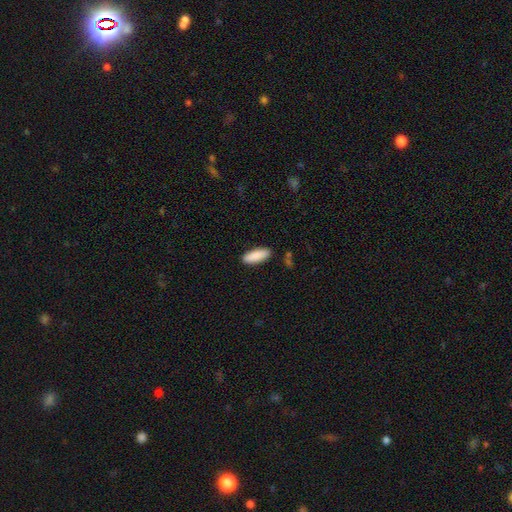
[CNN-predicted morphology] Smooth or featured?
  - smooth: 89% *
  - star or artifact: 6%
  - featured or disk: 6%
How rounded?
  - in between: 65% *
  - cigar-shaped: 33%
  - round: 2%
Merging?
  - none: 88% *
  - minor disturbance: 9%
  - major disturbance: 2%
  - merger: 2%